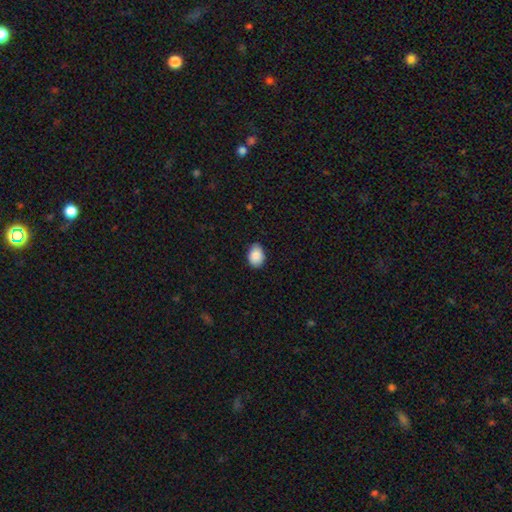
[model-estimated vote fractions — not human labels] Q: Smooth or featured?
A: smooth (90%); runner-up: star or artifact (7%)
Q: How rounded?
A: in between (78%); runner-up: round (21%)
Q: Merging?
A: none (82%); runner-up: minor disturbance (15%)